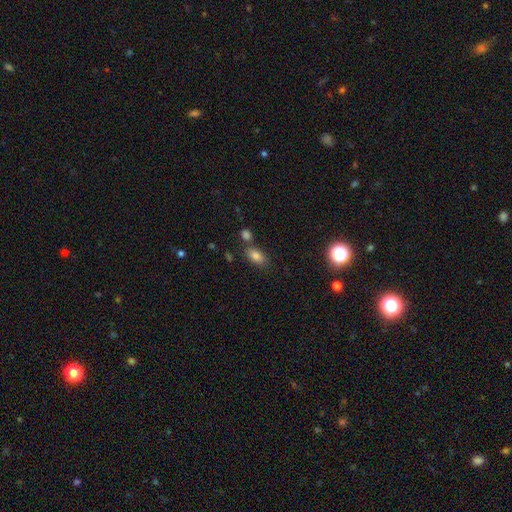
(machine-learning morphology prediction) This is clearly a smooth galaxy (82%). How rounded: clearly in between (88%). Merging: likely none (65%).